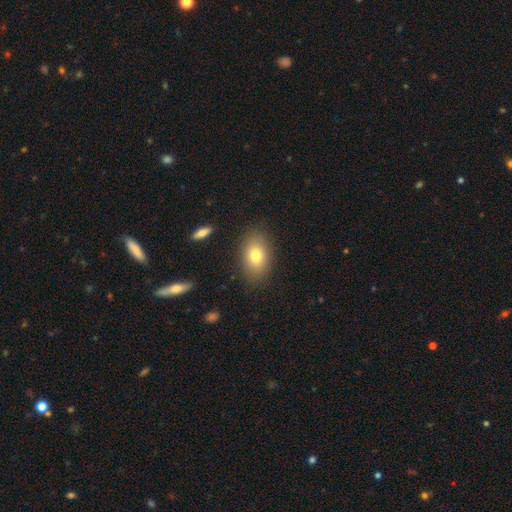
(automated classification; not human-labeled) Smooth or featured? smooth (77%)
How rounded? in between (85%)
Merging? none (84%)